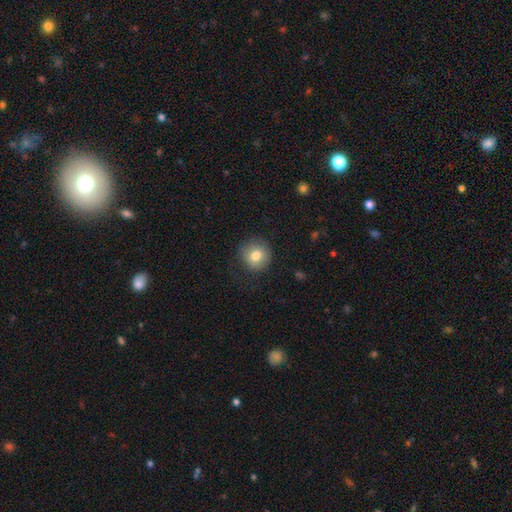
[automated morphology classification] The model was most divided on "smooth or featured": smooth: 78%, featured or disk: 13%, star or artifact: 9%. More confident: how rounded — round (92%); merging — none (79%).